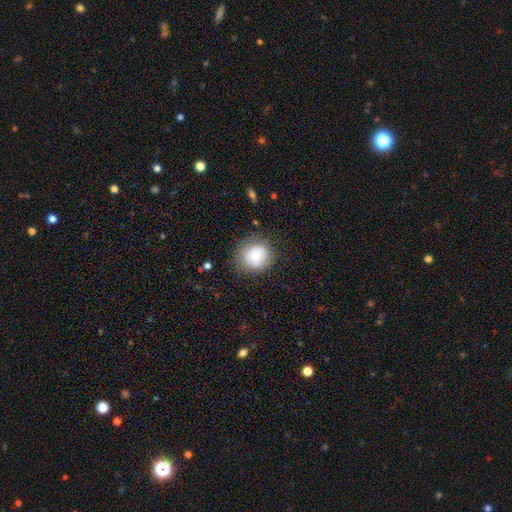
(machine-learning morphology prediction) This appears to be a smooth galaxy with no disk features (63%) that is round (81%). Merging: none (76%).